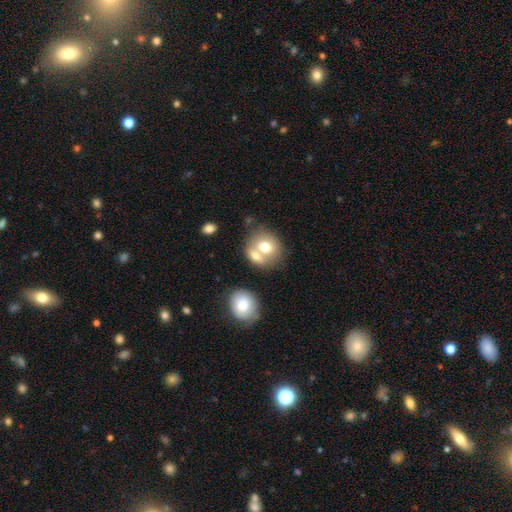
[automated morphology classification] smooth-or-featured: smooth: 69% | featured or disk: 23% | star or artifact: 8%
  how-rounded: round: 66% | in between: 33% | cigar-shaped: 1%
  merging: merger: 52% | none: 35% | minor disturbance: 9% | major disturbance: 4%